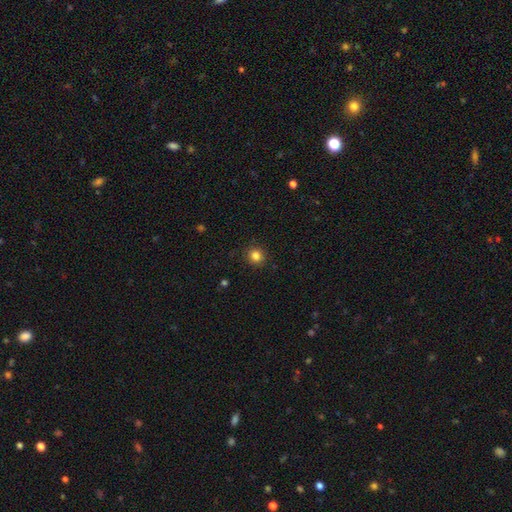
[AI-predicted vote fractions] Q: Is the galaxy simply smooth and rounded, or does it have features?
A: smooth — 84%.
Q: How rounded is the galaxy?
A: round — 90%.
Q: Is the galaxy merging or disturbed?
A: none — 91%.